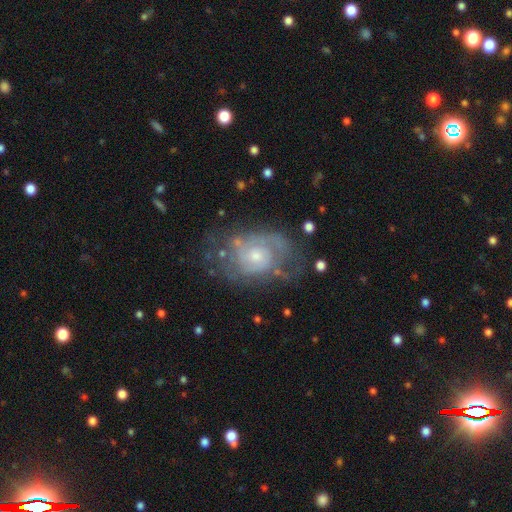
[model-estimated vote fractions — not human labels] Smooth or featured: featured or disk — 78% (smooth — 16%)
Edge-on disk: no — 97% (yes — 3%)
Bar: no — 74% (weak — 23%)
Spiral arms: yes — 82% (no — 18%)
Spiral winding: tight — 52% (medium — 35%)
Spiral arm count: 2 — 39% (can't tell — 38%)
Bulge size: small — 52% (moderate — 42%)
Merging: none — 55% (minor disturbance — 23%)